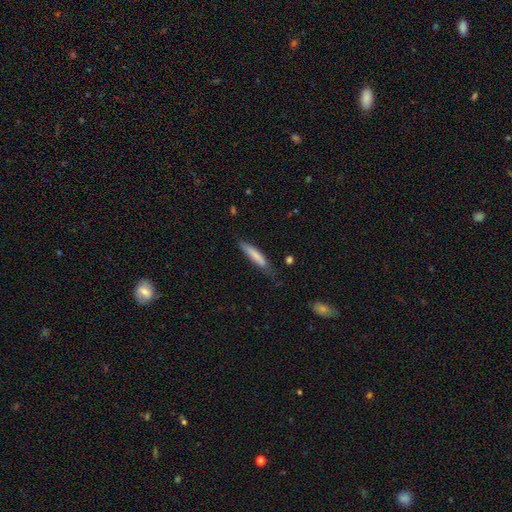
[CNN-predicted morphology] Smooth or featured: smooth — 79% (featured or disk — 16%)
How rounded: cigar-shaped — 88% (in between — 11%)
Merging: none — 68% (minor disturbance — 25%)